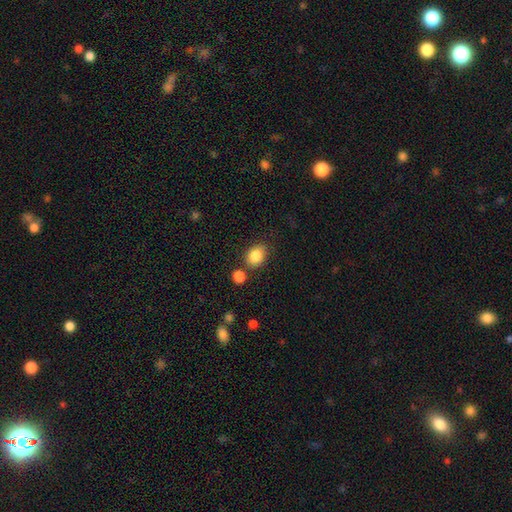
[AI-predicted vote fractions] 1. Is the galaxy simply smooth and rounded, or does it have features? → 86% smooth, 9% star or artifact, 5% featured or disk.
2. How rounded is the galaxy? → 59% in between, 40% round, 1% cigar-shaped.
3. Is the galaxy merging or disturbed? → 74% none, 13% minor disturbance, 9% merger, 4% major disturbance.